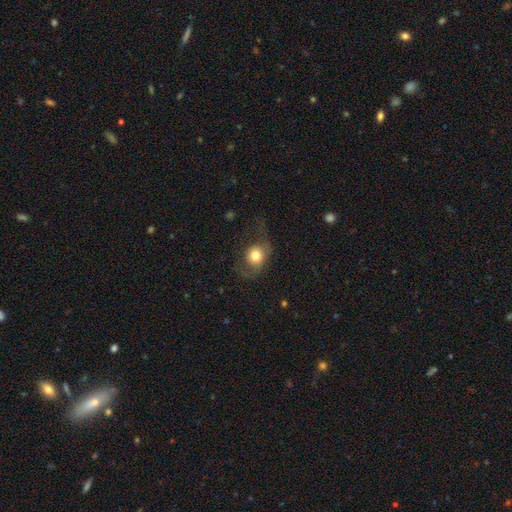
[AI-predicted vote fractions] Q: Smooth or featured?
A: smooth (72%); runner-up: featured or disk (19%)
Q: How rounded?
A: round (65%); runner-up: in between (34%)
Q: Merging?
A: none (45%); runner-up: major disturbance (30%)